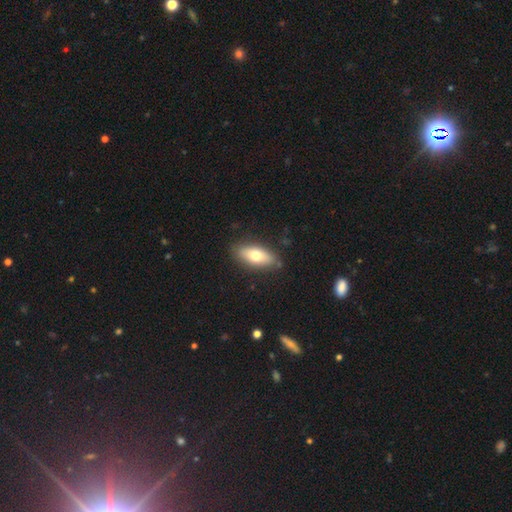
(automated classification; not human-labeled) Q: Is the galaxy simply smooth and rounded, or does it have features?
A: smooth — 69%.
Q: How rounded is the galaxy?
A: in between — 81%.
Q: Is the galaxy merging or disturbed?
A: none — 84%.